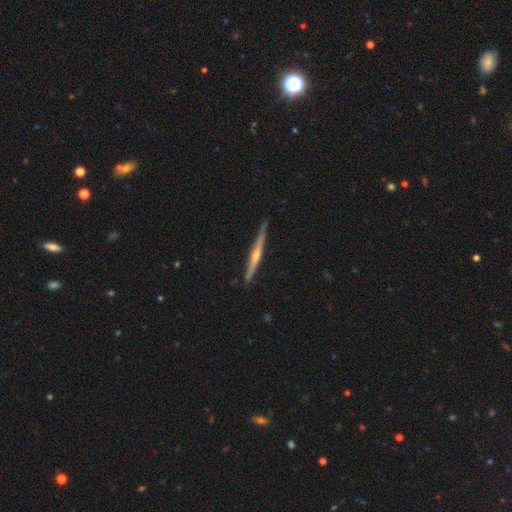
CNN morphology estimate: Overall: featured or disk (74%). Edge-on disk: yes (98%). Edge-on bulge: rounded (75%). Merging: none (87%).